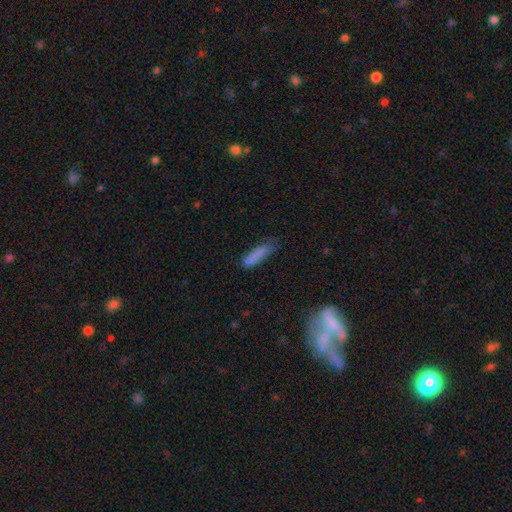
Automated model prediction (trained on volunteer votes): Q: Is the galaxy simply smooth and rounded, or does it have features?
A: smooth — 81%.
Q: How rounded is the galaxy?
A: cigar-shaped — 76%.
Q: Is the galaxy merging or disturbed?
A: none — 59%.